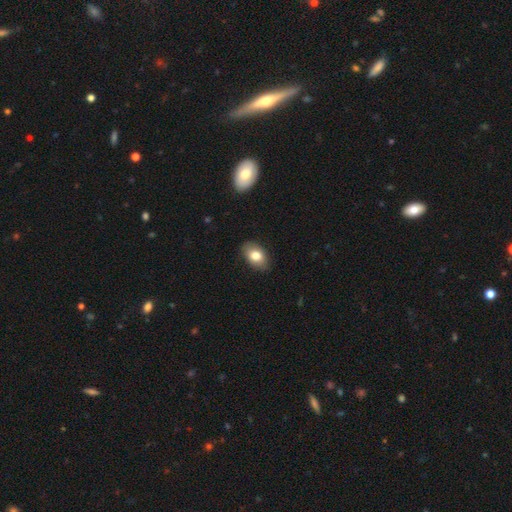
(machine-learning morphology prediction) A smooth galaxy with no disk features (79%) that is in between round and cigar-shaped (88%). Merging: none (85%).